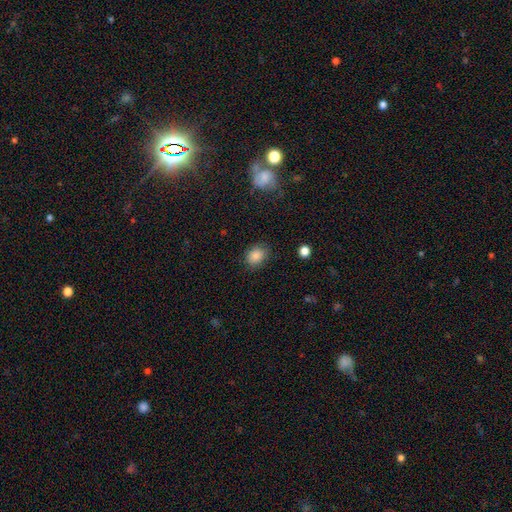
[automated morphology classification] smooth 86%, star or artifact 9%, featured or disk 5%. Down the decision tree: how rounded — in between (50%); merging — none (79%).